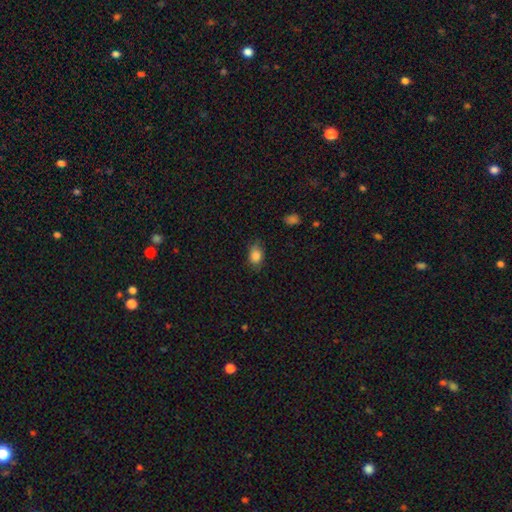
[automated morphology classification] Smooth or featured? smooth (85%)
How rounded? in between (73%)
Merging? none (77%)